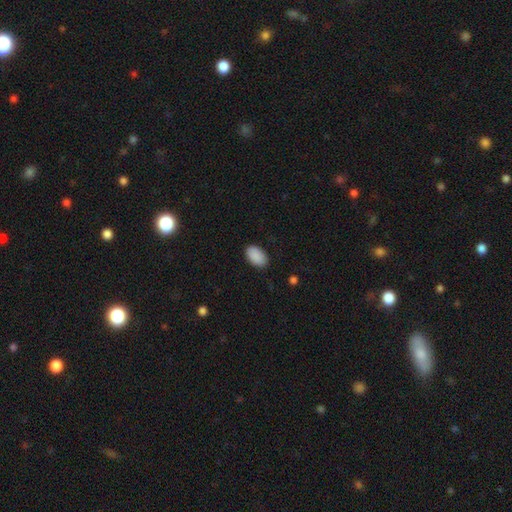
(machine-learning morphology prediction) Overall: smooth (91%). How rounded: in between (93%). Merging: none (87%).